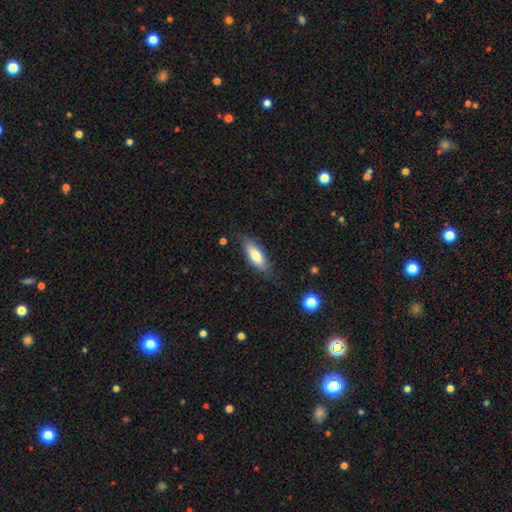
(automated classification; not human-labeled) smooth-or-featured: smooth: 73% | featured or disk: 21% | star or artifact: 6%
  how-rounded: in between: 64% | cigar-shaped: 34% | round: 2%
  merging: none: 77% | minor disturbance: 18% | major disturbance: 4% | merger: 2%